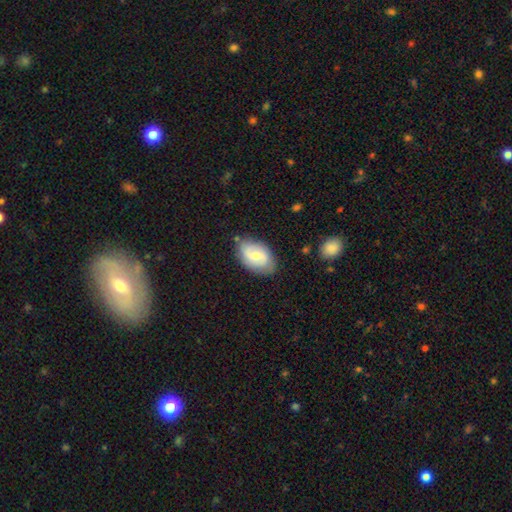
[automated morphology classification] smooth-or-featured: featured or disk: 59% | smooth: 35% | star or artifact: 6%
  disk-edge-on: no: 96% | yes: 4%
    bar: weak: 52% | no: 37% | strong: 11%
    has-spiral-arms: yes: 84% | no: 16%
    bulge-size: moderate: 54% | small: 40% | large: 3% | none: 2% | dominant: 1%
  merging: none: 76% | minor disturbance: 18% | major disturbance: 4% | merger: 2%